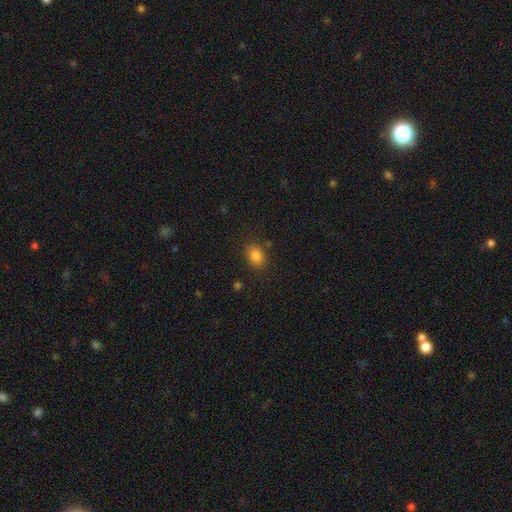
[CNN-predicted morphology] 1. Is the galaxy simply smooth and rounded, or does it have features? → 83% smooth, 11% star or artifact, 6% featured or disk.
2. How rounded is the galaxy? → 61% in between, 38% round, 1% cigar-shaped.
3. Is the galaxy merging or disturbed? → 83% none, 11% minor disturbance, 3% major disturbance, 2% merger.